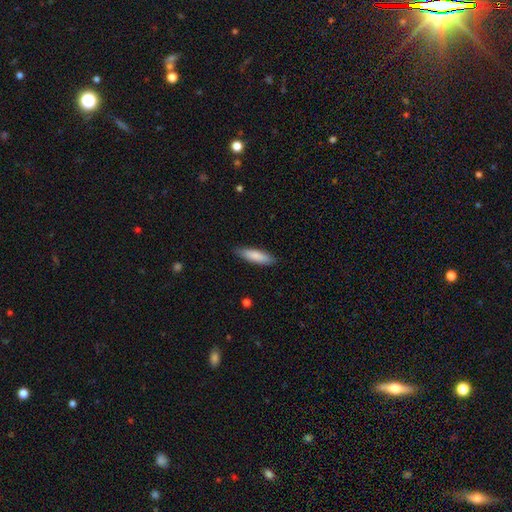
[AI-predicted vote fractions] smooth_or_featured: smooth (p=0.85) [alt: featured or disk p=0.09]
how_rounded: cigar-shaped (p=0.60) [alt: in between p=0.38]
merging: none (p=0.85) [alt: minor disturbance p=0.12]